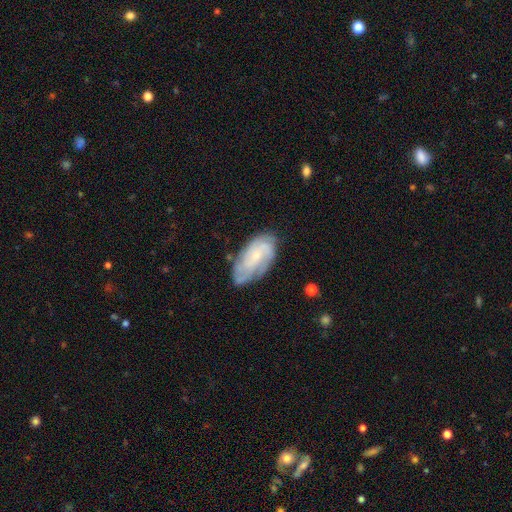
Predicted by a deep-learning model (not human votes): A featured or disk galaxy (71%) with no bar (64%), tight (52%) spiral arms (91%) and a small central bulge (68%). Merging: none (69%).